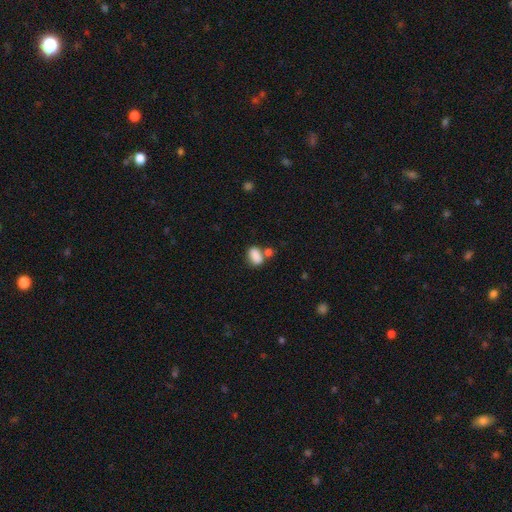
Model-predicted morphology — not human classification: This is clearly a smooth galaxy (86%). How rounded: clearly in between (82%). Merging: possibly none (55%).